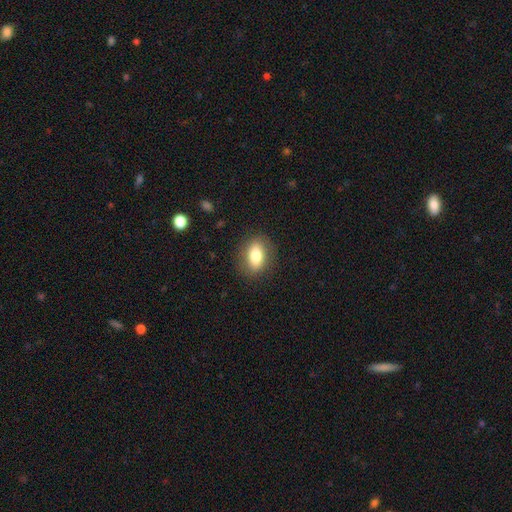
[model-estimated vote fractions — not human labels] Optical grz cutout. It shows a smooth galaxy with no disk features (77%) that is in between round and cigar-shaped (80%). Merging: none (85%).